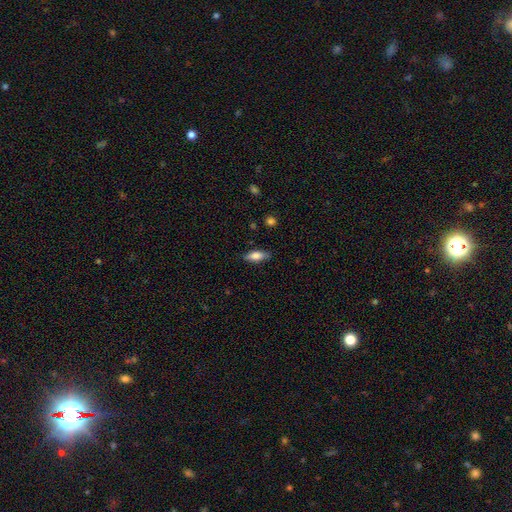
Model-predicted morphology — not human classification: Smooth or featured?
  - smooth: 75% *
  - featured or disk: 19%
  - star or artifact: 7%
How rounded?
  - in between: 68% *
  - cigar-shaped: 29%
  - round: 2%
Merging?
  - none: 84% *
  - minor disturbance: 12%
  - major disturbance: 2%
  - merger: 1%